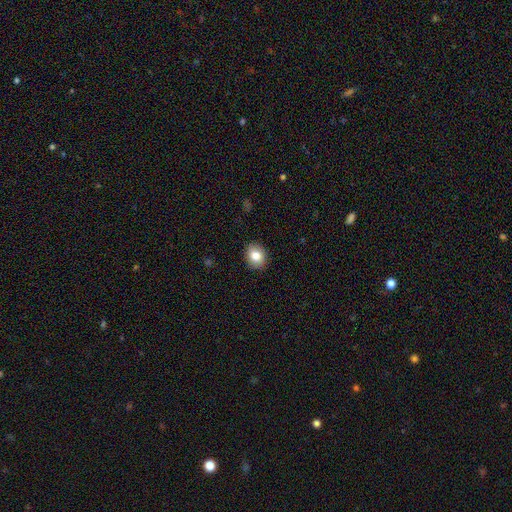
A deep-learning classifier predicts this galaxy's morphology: A smooth galaxy with no disk features (81%) that is round (60%). Merging: none (90%).